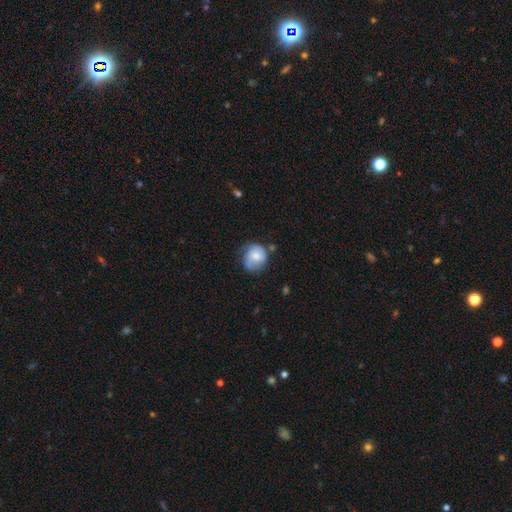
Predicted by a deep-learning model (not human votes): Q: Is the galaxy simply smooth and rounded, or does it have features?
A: smooth — 56%.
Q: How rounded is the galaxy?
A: round — 77%.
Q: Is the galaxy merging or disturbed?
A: none — 52%.